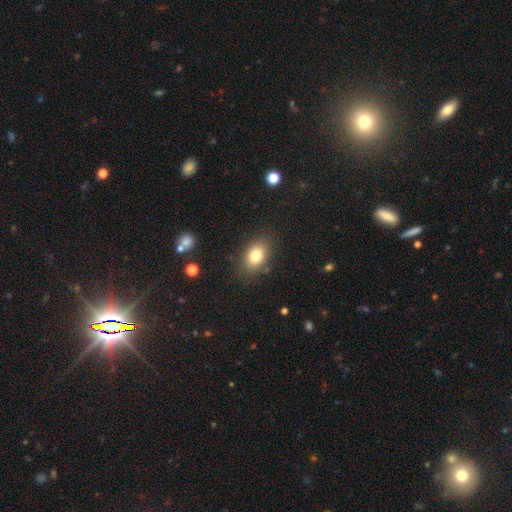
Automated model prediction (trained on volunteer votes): Smooth or featured: smooth — 80% (featured or disk — 11%)
How rounded: in between — 82% (round — 17%)
Merging: none — 82% (minor disturbance — 12%)